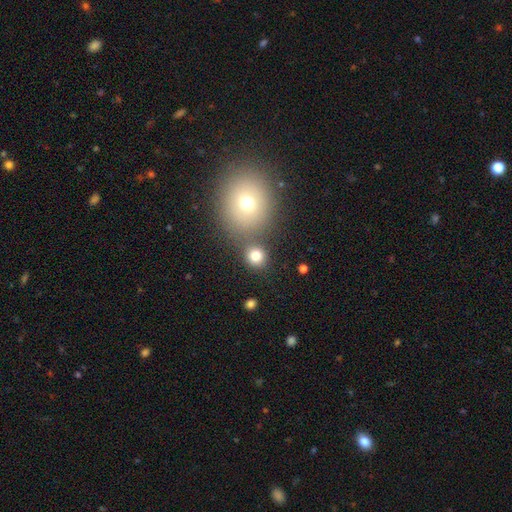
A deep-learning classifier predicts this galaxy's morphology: smooth 79%, star or artifact 13%, featured or disk 8%. Down the decision tree: how rounded — round (84%); merging — none (70%).